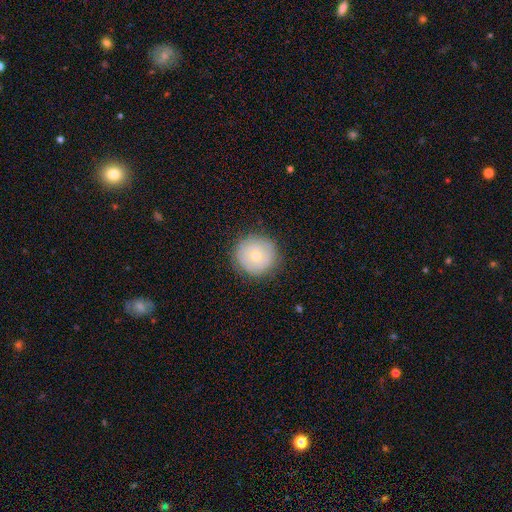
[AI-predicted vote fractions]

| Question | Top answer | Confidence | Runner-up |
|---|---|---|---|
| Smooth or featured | smooth | 68% | featured or disk (24%) |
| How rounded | round | 94% | in between (5%) |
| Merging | none | 85% | minor disturbance (11%) |